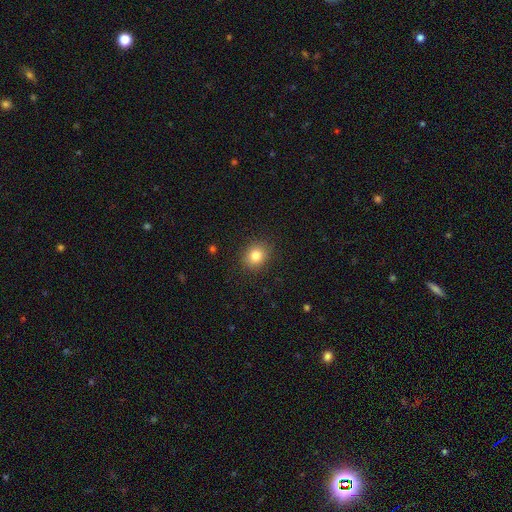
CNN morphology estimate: Smooth or featured? smooth (82%)
How rounded? round (67%)
Merging? none (89%)